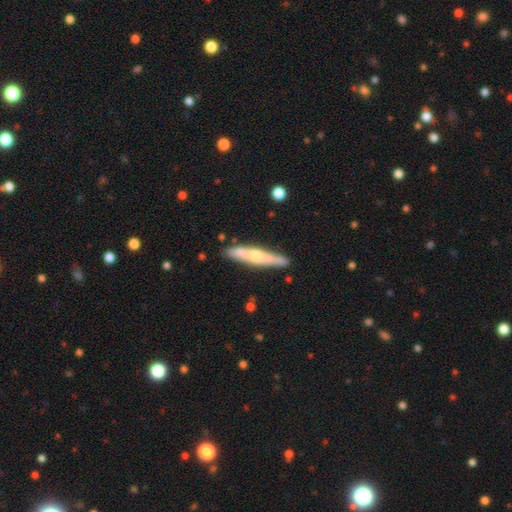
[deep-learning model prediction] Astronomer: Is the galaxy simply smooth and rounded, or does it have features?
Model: featured or disk — 55% (runner-up: smooth, 40%).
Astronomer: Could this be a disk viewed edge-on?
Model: yes — 90%.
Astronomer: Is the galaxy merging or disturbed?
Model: none — 84%.